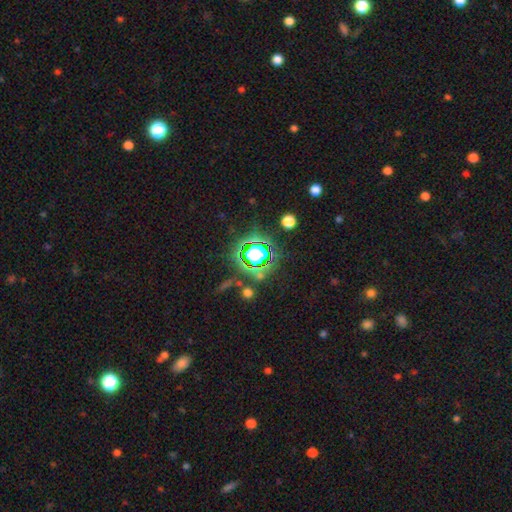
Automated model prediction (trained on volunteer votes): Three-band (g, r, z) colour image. It shows a star or artifact, not a galaxy (66%).